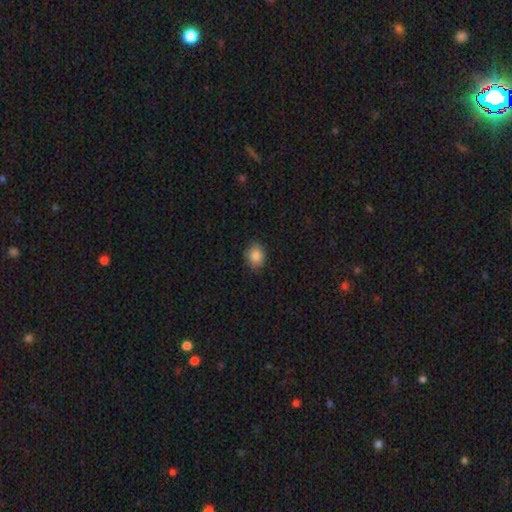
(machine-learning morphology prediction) smooth 86%, star or artifact 9%, featured or disk 5%. Down the decision tree: how rounded — round (59%); merging — none (85%).